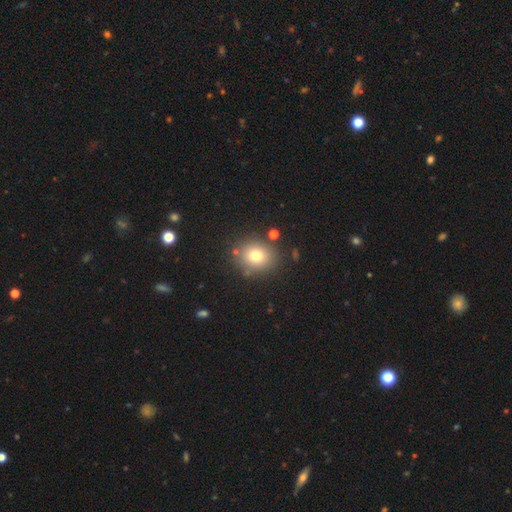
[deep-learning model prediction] A smooth galaxy with no disk features (76%) that is round (72%).

Vote fractions:
- Smooth or featured? smooth: 76% / star or artifact: 13% / featured or disk: 11%
- How rounded? round: 72% / in between: 27% / cigar-shaped: 1%
- Merging? none: 83% / minor disturbance: 9% / merger: 5% / major disturbance: 3%